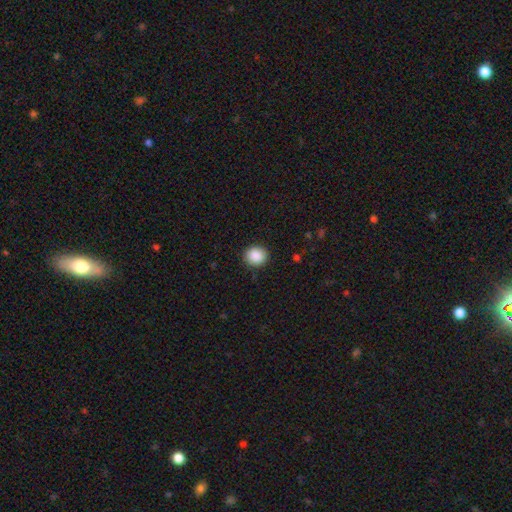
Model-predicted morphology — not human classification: Smooth or featured? Predicted: smooth (p=0.89). How rounded? Predicted: round (p=0.85). Merging? Predicted: none (p=0.91).